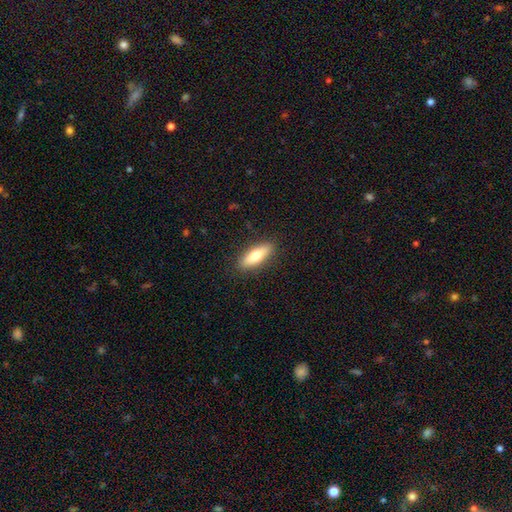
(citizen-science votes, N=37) Overall: smooth (57%; featured or disk 38%). How rounded: in between (62%; cigar-shaped 33%). Merging: none (91%).